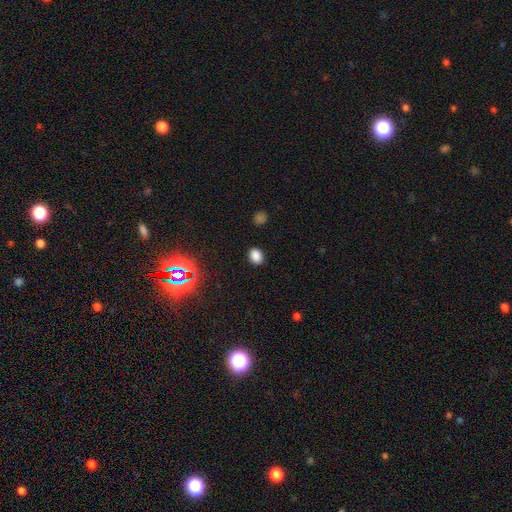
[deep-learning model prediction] Smooth or featured? Predicted: smooth (p=0.82). How rounded? Predicted: in between (p=0.70). Merging? Predicted: none (p=0.88).